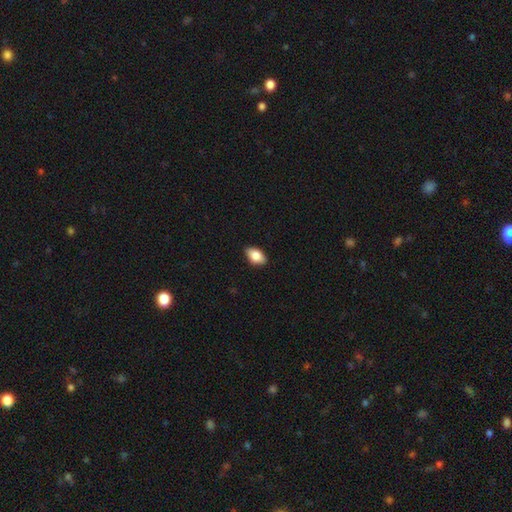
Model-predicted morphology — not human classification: smooth_or_featured: smooth (p=0.83) [alt: featured or disk p=0.10]
how_rounded: in between (p=0.90) [alt: round p=0.07]
merging: none (p=0.88) [alt: minor disturbance p=0.09]